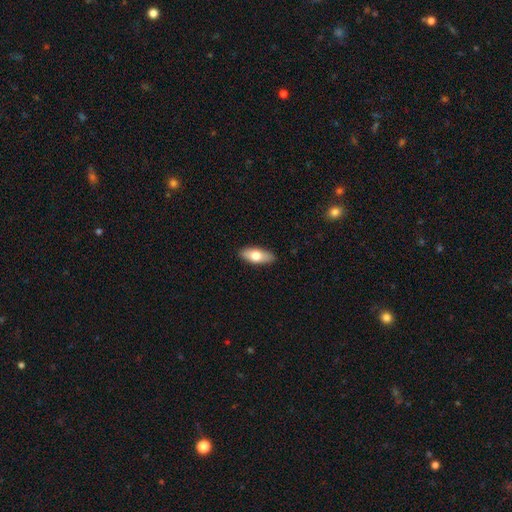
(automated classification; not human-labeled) Smooth or featured: smooth — 74% (featured or disk — 20%)
How rounded: in between — 81% (cigar-shaped — 16%)
Merging: none — 88% (minor disturbance — 9%)